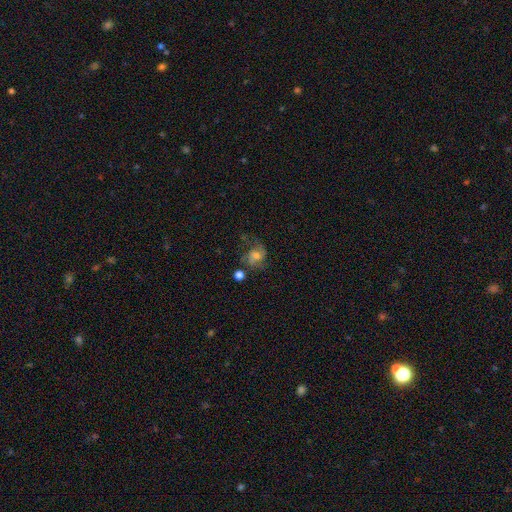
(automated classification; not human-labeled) Q: Smooth or featured?
A: featured or disk (53%); runner-up: smooth (35%)
Q: Edge-on disk?
A: no (97%); runner-up: yes (3%)
Q: Bar?
A: no (61%); runner-up: weak (32%)
Q: Spiral arms?
A: yes (82%); runner-up: no (18%)
Q: Bulge size?
A: moderate (50%); runner-up: small (28%)
Q: Merging?
A: none (46%); runner-up: major disturbance (23%)